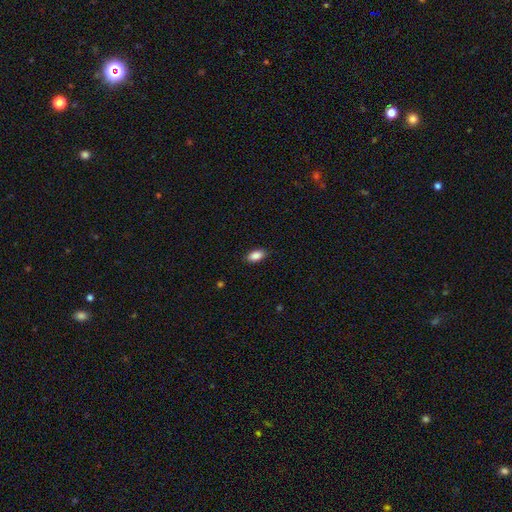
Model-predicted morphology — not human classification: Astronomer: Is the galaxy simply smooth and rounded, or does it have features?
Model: smooth — 88%.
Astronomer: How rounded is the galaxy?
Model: in between — 91%.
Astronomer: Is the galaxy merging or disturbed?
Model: none — 87%.